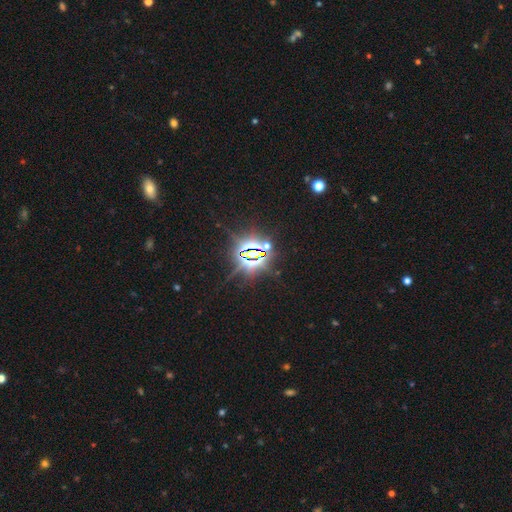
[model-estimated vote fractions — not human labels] A star or artifact, not a galaxy (83%).